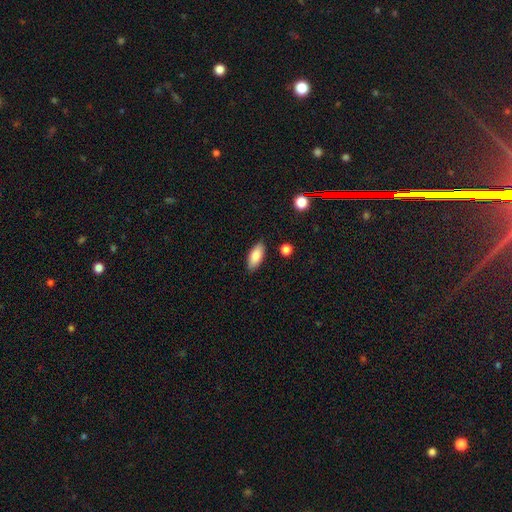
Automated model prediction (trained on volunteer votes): Overall: smooth (83%). How rounded: in between (87%). Merging: none (86%).